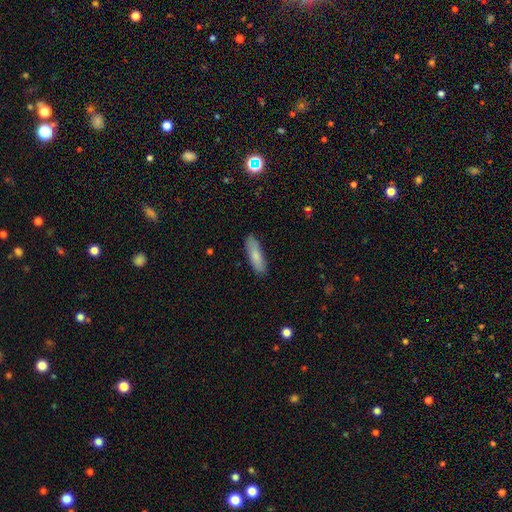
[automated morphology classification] type=smooth (81%); roundness=cigar-shaped (62%); merging=none (87%).